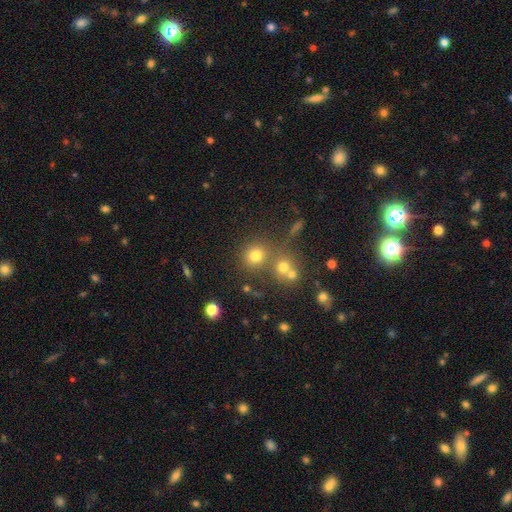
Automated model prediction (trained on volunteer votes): This is likely a smooth galaxy (74%). How rounded: clearly round (87%). Merging: likely none (67%).